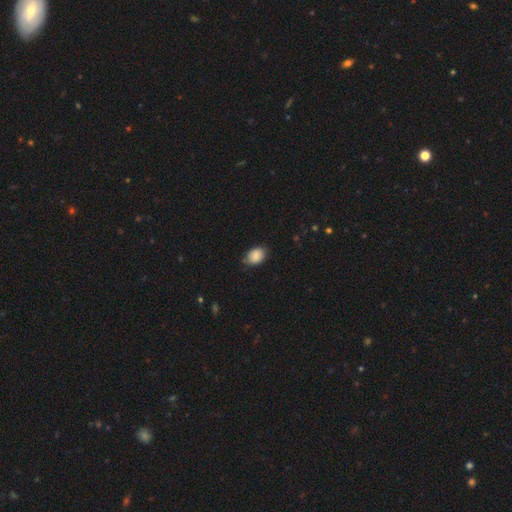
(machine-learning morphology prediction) type=smooth (88%); roundness=in between (78%); merging=none (76%).